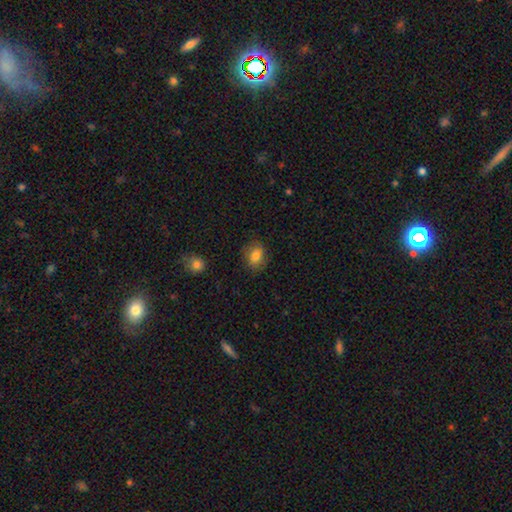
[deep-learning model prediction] The model was most divided on "how rounded": in between: 64%, round: 34%, cigar-shaped: 1%. More confident: smooth or featured — smooth (81%); merging — none (81%).